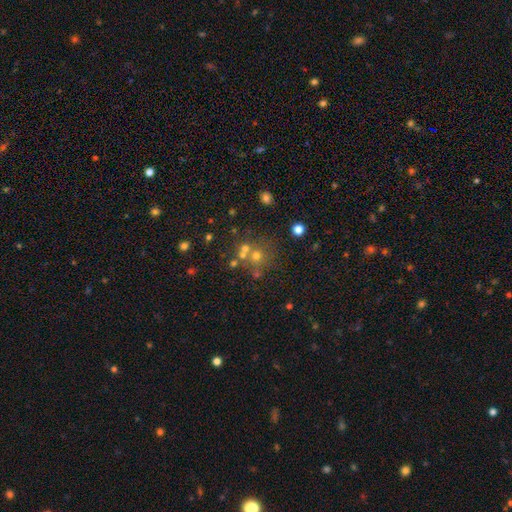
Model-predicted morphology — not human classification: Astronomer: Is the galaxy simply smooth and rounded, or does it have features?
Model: smooth — 49% (runner-up: star or artifact, 33%).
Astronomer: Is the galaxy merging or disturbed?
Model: none — 56%.